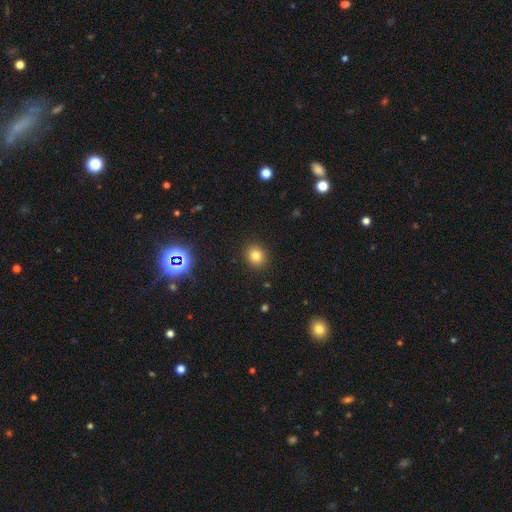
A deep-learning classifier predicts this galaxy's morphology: Smooth or featured?
  - smooth: 79% *
  - star or artifact: 14%
  - featured or disk: 7%
How rounded?
  - round: 73% *
  - in between: 26%
  - cigar-shaped: 1%
Merging?
  - none: 90% *
  - minor disturbance: 6%
  - major disturbance: 2%
  - merger: 1%